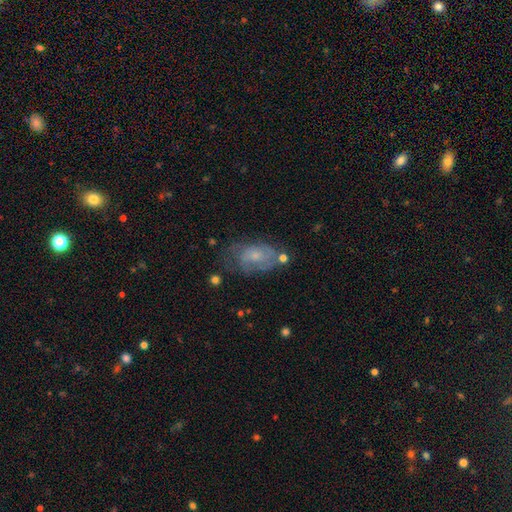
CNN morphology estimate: Overall: featured or disk (60%; smooth 31%). Edge-on disk: no (96%). Bar: no (74%). Spiral arms: yes (76%). Bulge size: small (62%; moderate 27%). Merging: none (52%; minor disturbance 26%).